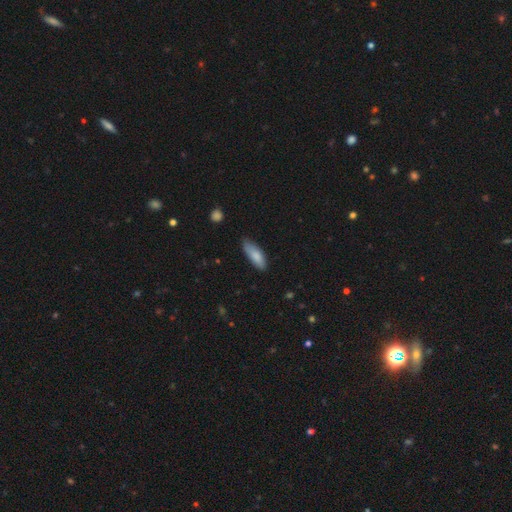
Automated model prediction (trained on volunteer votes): This is clearly a smooth galaxy (84%). How rounded: likely in between (67%). Merging: likely none (70%).